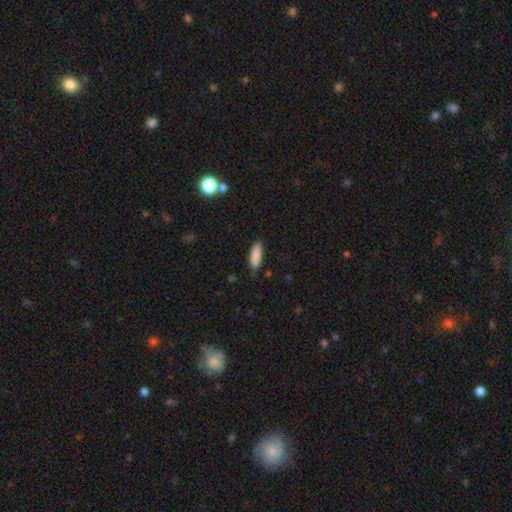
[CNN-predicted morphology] smooth-or-featured: smooth: 87% | star or artifact: 7% | featured or disk: 6%
  how-rounded: in between: 54% | cigar-shaped: 44% | round: 2%
  merging: none: 76% | minor disturbance: 20% | major disturbance: 3% | merger: 2%